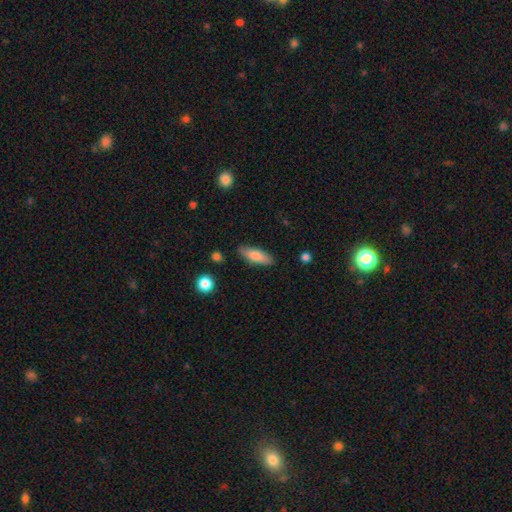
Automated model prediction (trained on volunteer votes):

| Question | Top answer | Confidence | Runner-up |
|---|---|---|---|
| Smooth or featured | smooth | 79% | featured or disk (15%) |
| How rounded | in between | 57% | cigar-shaped (41%) |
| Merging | none | 85% | minor disturbance (11%) |